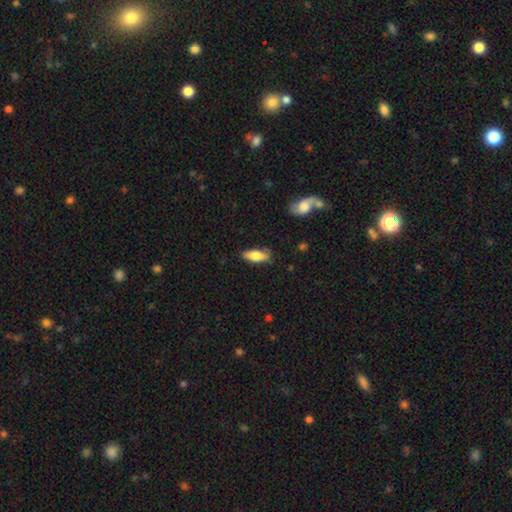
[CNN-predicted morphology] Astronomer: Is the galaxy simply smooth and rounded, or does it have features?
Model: smooth — 74%.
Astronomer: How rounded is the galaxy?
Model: in between — 68%.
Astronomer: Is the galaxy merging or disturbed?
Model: none — 77%.